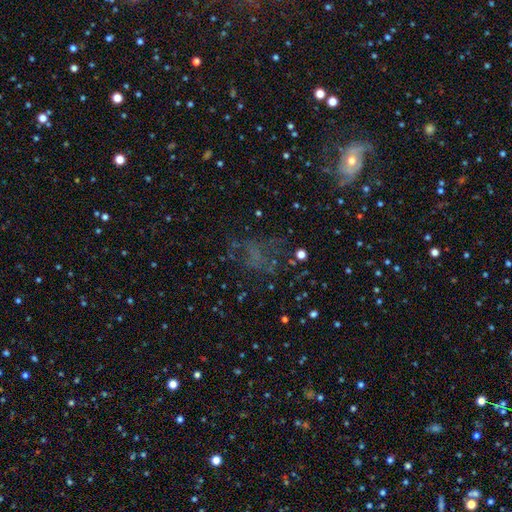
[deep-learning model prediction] This is marginally a featured or disk galaxy (35%). Merging: possibly none (46%).